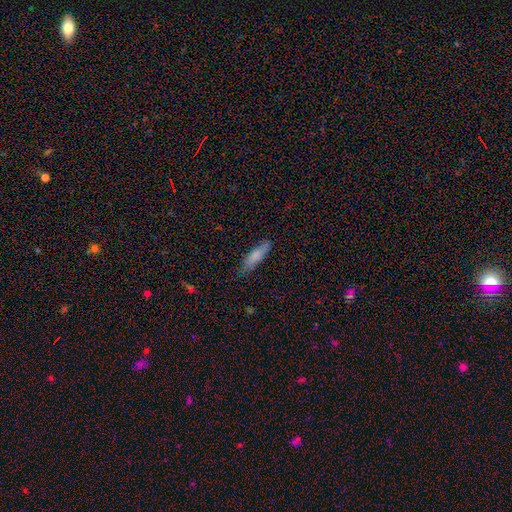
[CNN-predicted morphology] Overall: smooth (80%). How rounded: cigar-shaped (63%; in between 36%). Merging: none (76%).